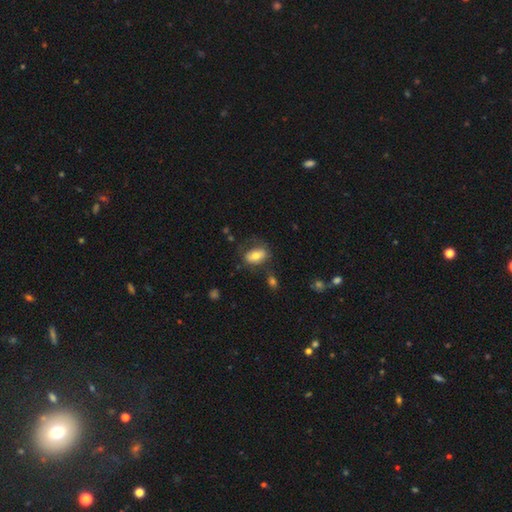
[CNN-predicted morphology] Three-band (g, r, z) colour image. It shows a smooth galaxy with no disk features (71%) that is in between round and cigar-shaped (89%). Merging: none (66%).